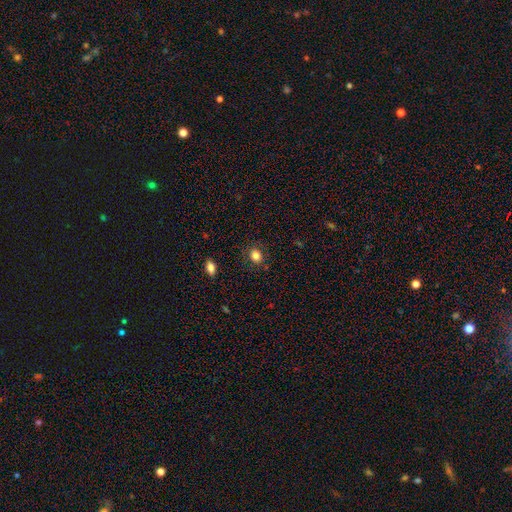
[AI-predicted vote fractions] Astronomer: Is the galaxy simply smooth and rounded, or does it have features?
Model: smooth — 84%.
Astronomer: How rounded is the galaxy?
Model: round — 55% (runner-up: in between, 44%).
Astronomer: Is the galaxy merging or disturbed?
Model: none — 83%.